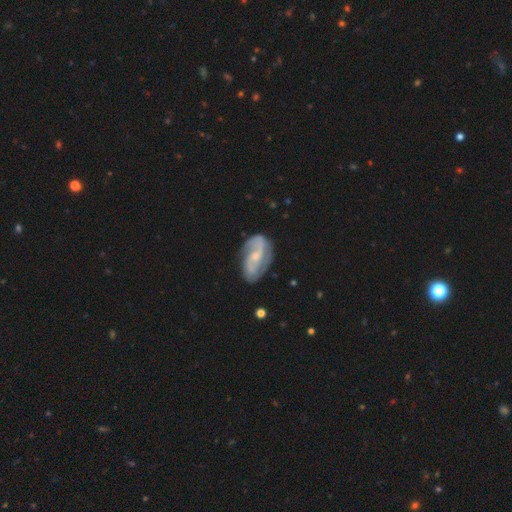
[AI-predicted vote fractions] This is clearly a featured or disk galaxy (82%). It is clearly not viewed edge-on (96%). Bar: marginally no (41%, tied with weak). Spiral arm pattern: clearly yes (94%). Spiral arm count: likely 2 (77%). Spiral winding: marginally medium (44%). Central bulge: possibly small (59%). Merging: likely none (72%).